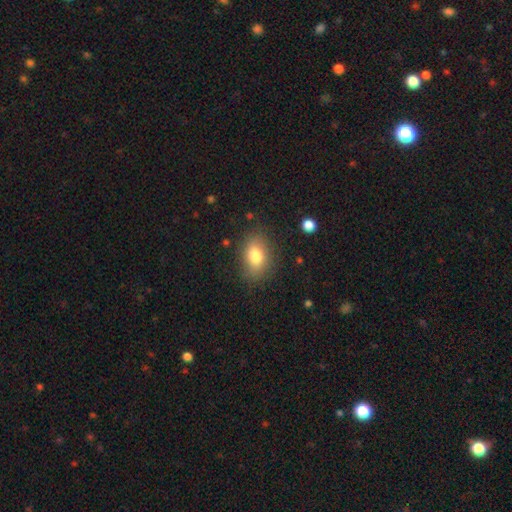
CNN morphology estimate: smooth-or-featured: smooth: 79% | featured or disk: 12% | star or artifact: 9%
  how-rounded: in between: 80% | round: 18% | cigar-shaped: 2%
  merging: none: 80% | minor disturbance: 14% | major disturbance: 4% | merger: 2%